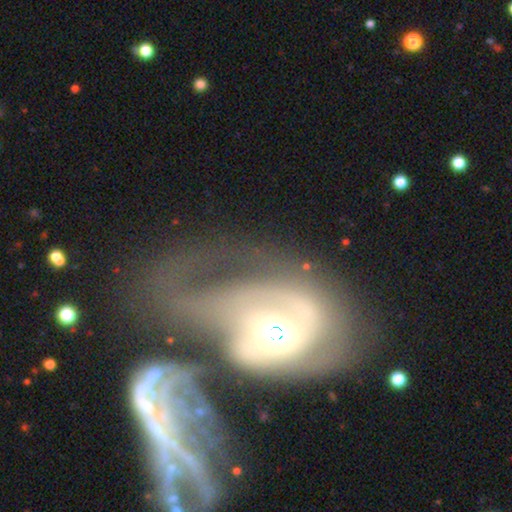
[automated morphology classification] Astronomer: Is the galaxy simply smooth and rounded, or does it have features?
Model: featured or disk — 77%.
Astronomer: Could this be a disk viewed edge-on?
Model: no — 95%.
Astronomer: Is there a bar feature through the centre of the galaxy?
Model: no — 62%.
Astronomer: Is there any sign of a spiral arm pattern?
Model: yes — 76%.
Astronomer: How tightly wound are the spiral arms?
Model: tight — 39% (runner-up: medium, 35%).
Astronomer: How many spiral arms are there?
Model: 2 — 40% (runner-up: can't tell, 35%).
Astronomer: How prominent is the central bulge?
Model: moderate — 61%.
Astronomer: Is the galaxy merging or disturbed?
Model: merger — 46% (runner-up: major disturbance, 28%).